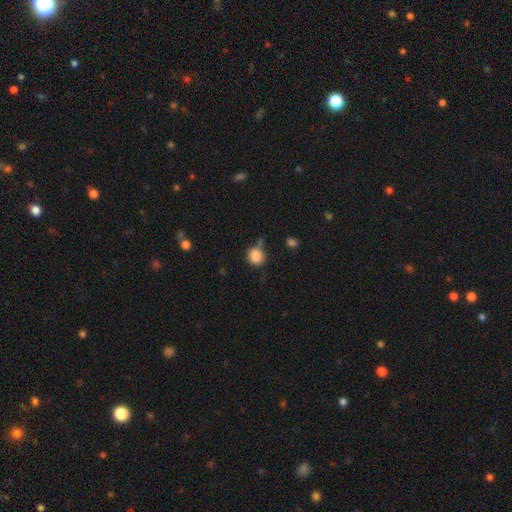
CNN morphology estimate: smooth_or_featured: smooth (p=0.85) [alt: star or artifact p=0.10]
how_rounded: round (p=0.85) [alt: in between p=0.14]
merging: none (p=0.61) [alt: minor disturbance p=0.22]